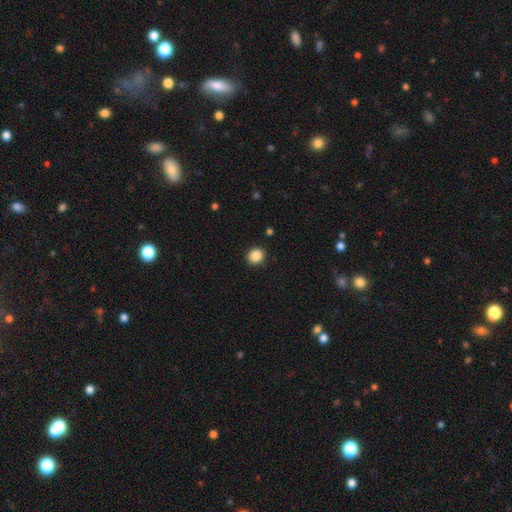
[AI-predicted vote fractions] This appears to be a smooth galaxy with no disk features (87%) that is round (82%). Merging: none (91%).